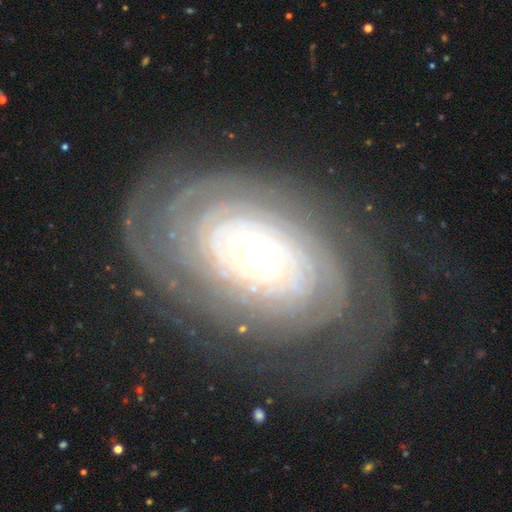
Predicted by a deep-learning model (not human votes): A featured or disk galaxy (88%) with no bar (79%), tight (85%) spiral arms (96%) and a moderate central bulge (55%).

Vote fractions:
- Smooth or featured? featured or disk: 88% / smooth: 7% / star or artifact: 5%
- Edge-on disk? no: 95% / yes: 5%
- Bar? no: 79% / weak: 13% / strong: 8%
- Spiral arms? yes: 96% / no: 4%
- Spiral winding? tight: 85% / medium: 11% / loose: 4%
- Spiral arm count? can't tell: 31% / more than 4: 25% / 4: 14% / 2: 13% / 3: 11% / 1: 7%
- Bulge size? moderate: 55% / small: 34% / large: 9% / dominant: 2% / none: 1%
- Merging? none: 74% / minor disturbance: 15% / major disturbance: 10% / merger: 1%